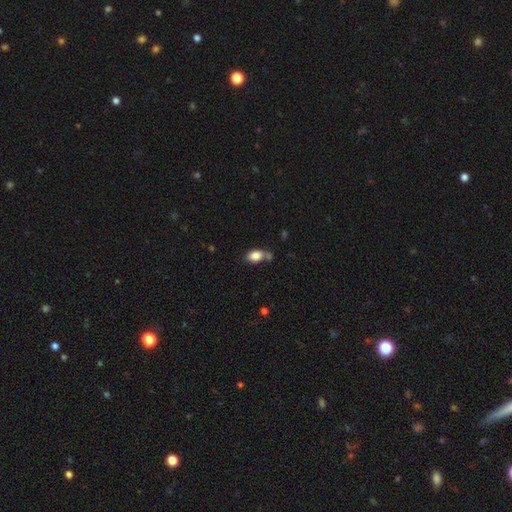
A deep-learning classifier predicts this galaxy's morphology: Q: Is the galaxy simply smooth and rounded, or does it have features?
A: smooth — 84%.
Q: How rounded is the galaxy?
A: in between — 89%.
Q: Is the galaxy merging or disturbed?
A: none — 56%.